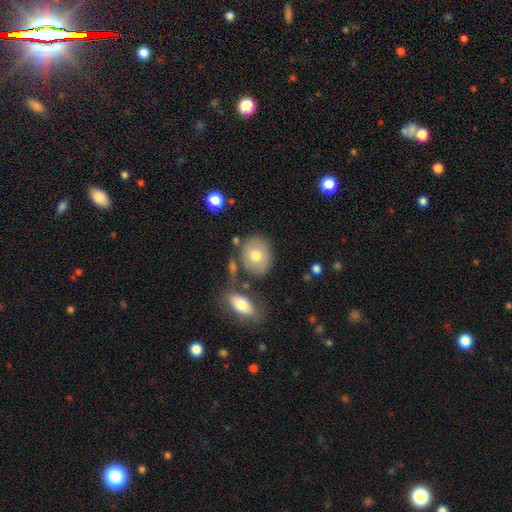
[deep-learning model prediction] smooth-or-featured: smooth: 71% | featured or disk: 21% | star or artifact: 8%
  how-rounded: round: 58% | in between: 41% | cigar-shaped: 1%
  merging: none: 72% | minor disturbance: 13% | merger: 11% | major disturbance: 4%